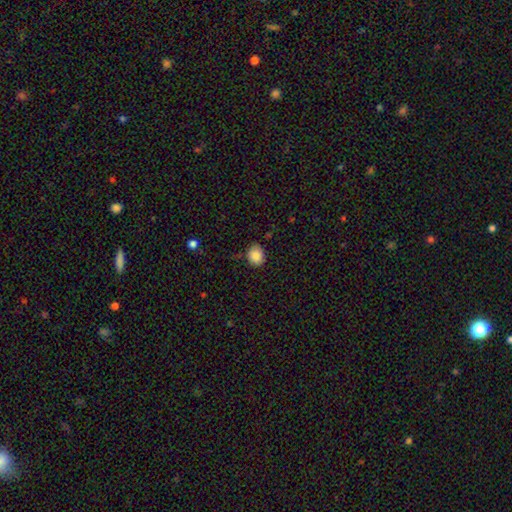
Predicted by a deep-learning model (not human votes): A smooth galaxy with no disk features (87%) that is round (64%). Merging: none (78%).